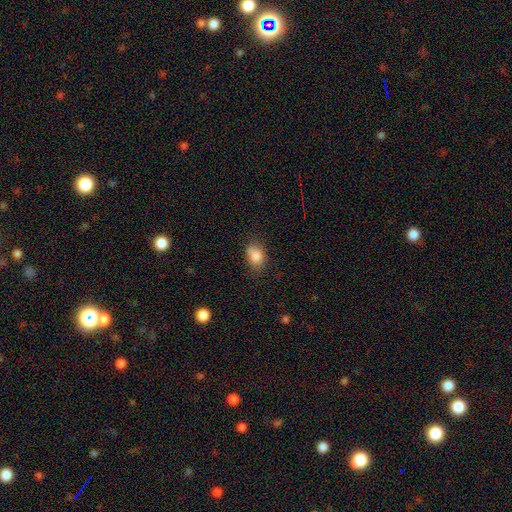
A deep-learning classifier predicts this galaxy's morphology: The model was most divided on "merging": none: 62%, minor disturbance: 24%, merger: 8%, major disturbance: 6%. More confident: smooth or featured — smooth (82%); how rounded — in between (68%).